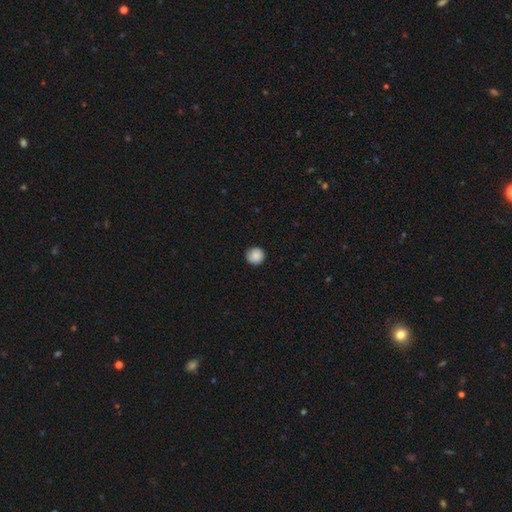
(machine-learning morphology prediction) Smooth or featured: smooth — 88% (star or artifact — 8%)
How rounded: round — 95% (in between — 4%)
Merging: none — 90% (minor disturbance — 8%)